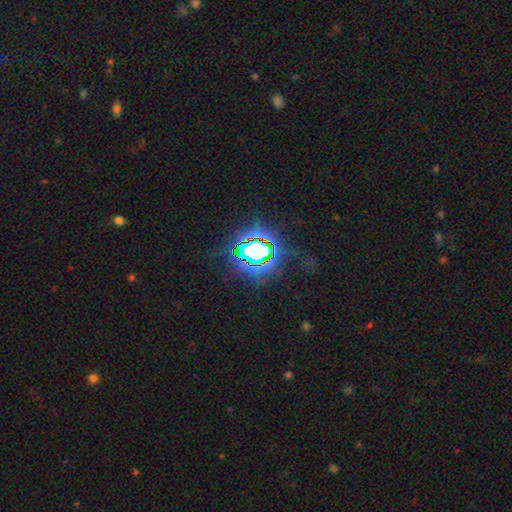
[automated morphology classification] star or artifact 72%, smooth 16%, featured or disk 12%.